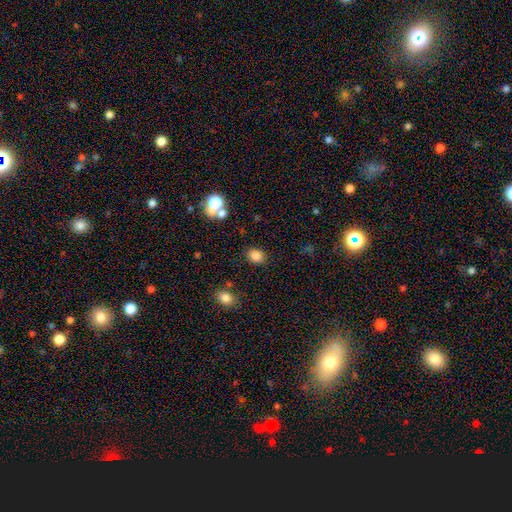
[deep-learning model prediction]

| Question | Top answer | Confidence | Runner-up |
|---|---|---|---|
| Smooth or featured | smooth | 83% | star or artifact (12%) |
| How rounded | in between | 52% | round (47%) |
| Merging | none | 84% | minor disturbance (9%) |